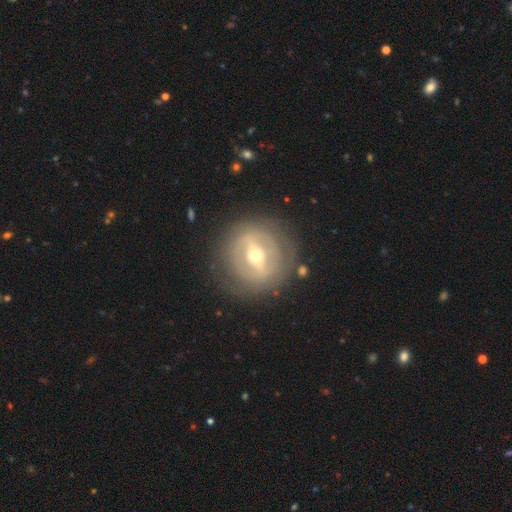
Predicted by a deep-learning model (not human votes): featured or disk 76%, smooth 18%, star or artifact 6%. Down the decision tree: edge-on disk — no (91%); bar — strong (57%); spiral arms — no (61%); bulge size — moderate (55%); merging — none (83%).